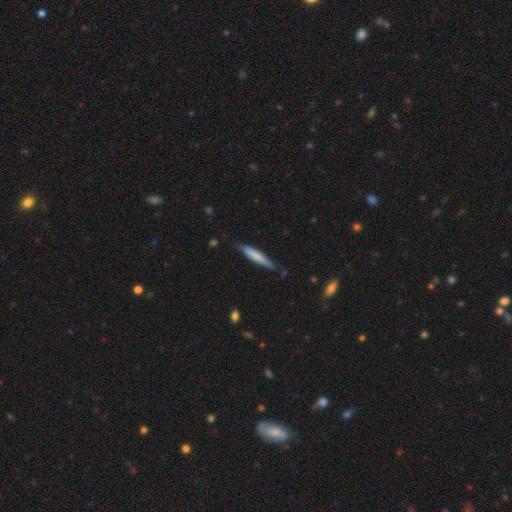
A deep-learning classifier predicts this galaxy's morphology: smooth 68%, featured or disk 27%, star or artifact 5%. Down the decision tree: how rounded — cigar-shaped (93%); merging — none (81%).